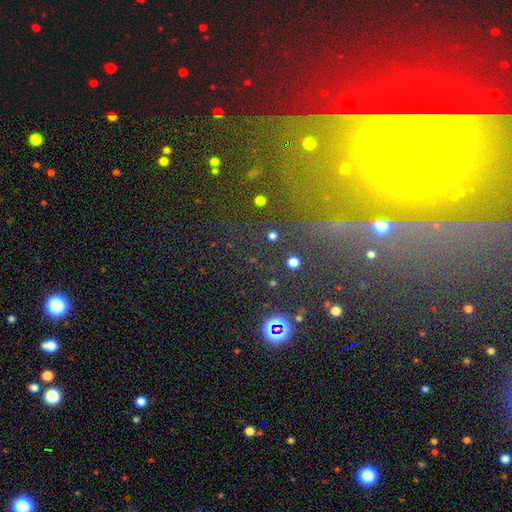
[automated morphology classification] type=star or artifact (50%).